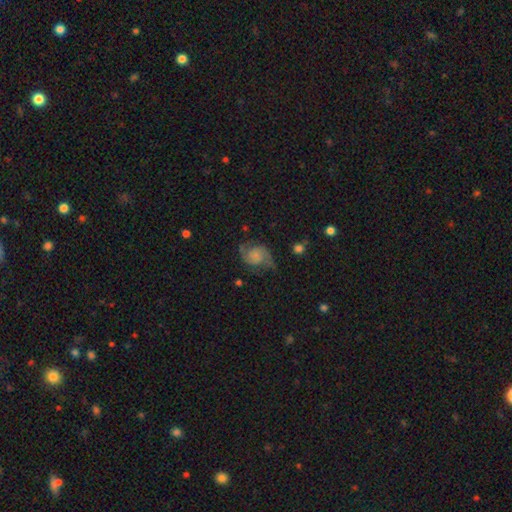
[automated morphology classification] The model was most divided on "spiral winding": medium: 46%, loose: 35%, tight: 18%. More confident: edge-on disk — no (98%); spiral arms — yes (94%); spiral arm count — 2 (91%); smooth or featured — featured or disk (74%); bar — no (72%); merging — none (65%); bulge size — small (52%).